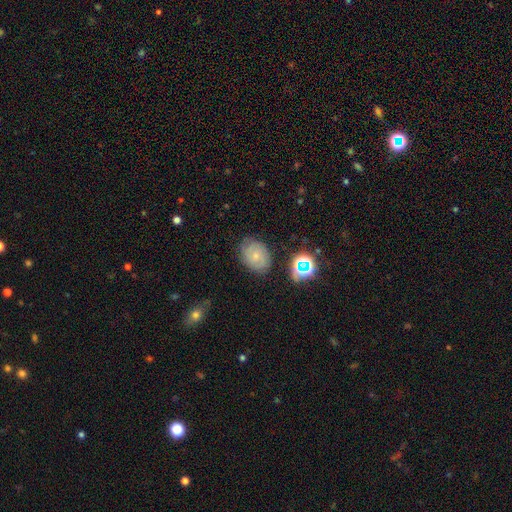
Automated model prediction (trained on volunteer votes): Smooth or featured? smooth (48%)
Merging? none (76%)